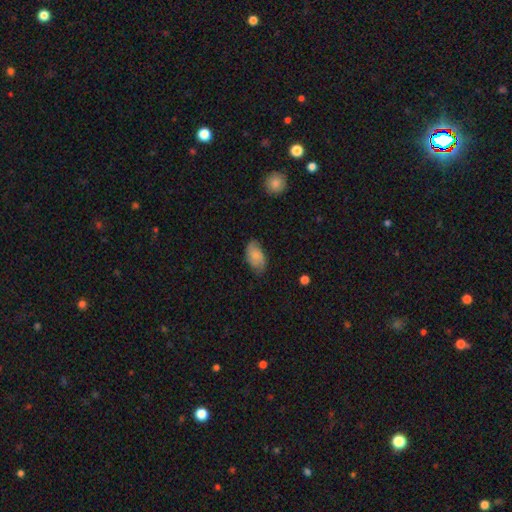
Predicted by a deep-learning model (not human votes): The model was most divided on "smooth or featured": smooth: 63%, featured or disk: 29%, star or artifact: 8%. More confident: how rounded — in between (93%); merging — none (71%).